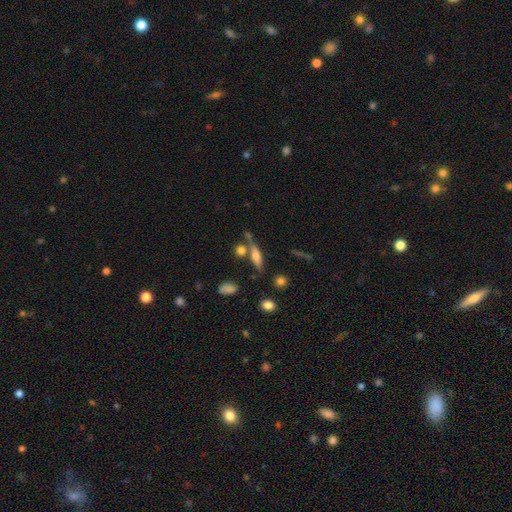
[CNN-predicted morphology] A smooth galaxy with no disk features (52%) that is cigar-shaped (61%).

Vote fractions:
- Smooth or featured? smooth: 52% / featured or disk: 39% / star or artifact: 10%
- How rounded? cigar-shaped: 61% / in between: 33% / round: 6%
- Merging? none: 63% / merger: 17% / minor disturbance: 14% / major disturbance: 5%